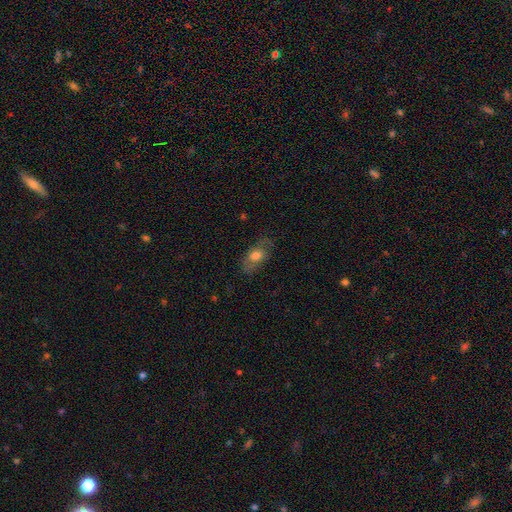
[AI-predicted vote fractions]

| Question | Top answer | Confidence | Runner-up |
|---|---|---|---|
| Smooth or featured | smooth | 64% | featured or disk (28%) |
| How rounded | in between | 84% | round (10%) |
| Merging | none | 69% | minor disturbance (20%) |